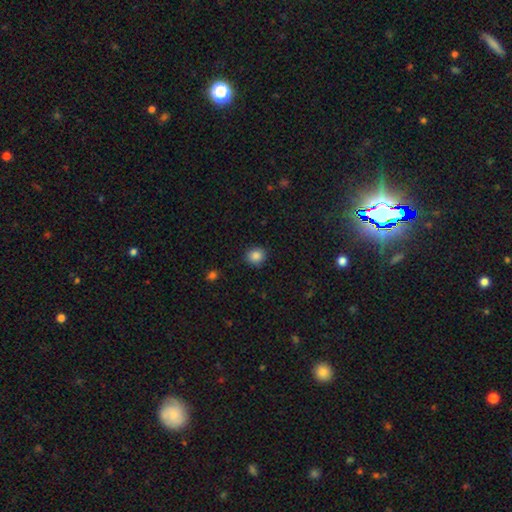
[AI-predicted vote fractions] Q: Smooth or featured?
A: smooth (86%); runner-up: star or artifact (10%)
Q: How rounded?
A: round (82%); runner-up: in between (17%)
Q: Merging?
A: none (88%); runner-up: minor disturbance (9%)